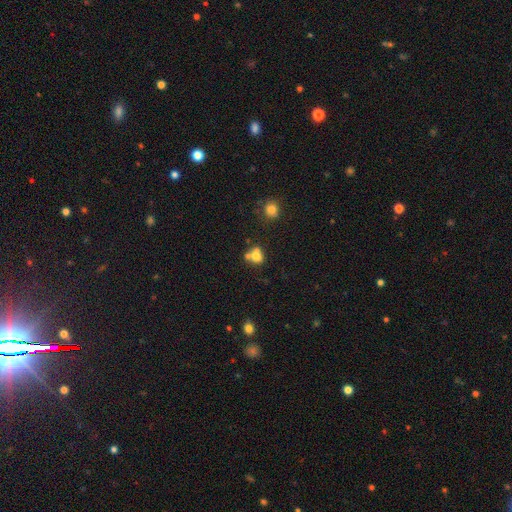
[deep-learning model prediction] This is likely a smooth galaxy (73%). How rounded: possibly round (59%). Merging: marginally merger (42%).